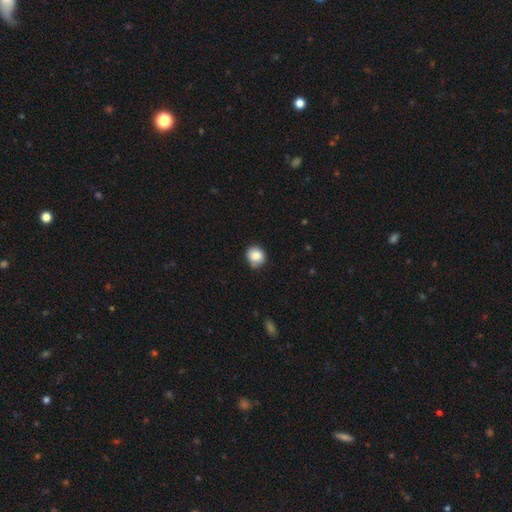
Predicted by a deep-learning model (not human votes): smooth_or_featured: smooth (p=0.86) [alt: star or artifact p=0.09]
how_rounded: round (p=0.80) [alt: in between p=0.19]
merging: none (p=0.79) [alt: minor disturbance p=0.17]